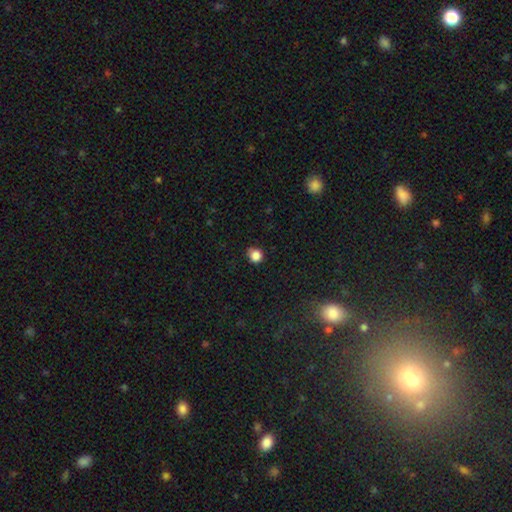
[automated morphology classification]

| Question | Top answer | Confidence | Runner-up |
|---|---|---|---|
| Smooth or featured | smooth | 84% | star or artifact (12%) |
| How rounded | round | 86% | in between (13%) |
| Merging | none | 80% | minor disturbance (16%) |